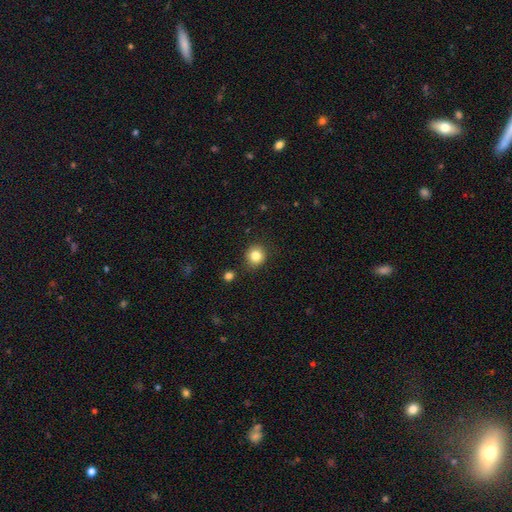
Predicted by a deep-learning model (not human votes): This appears to be a smooth galaxy with no disk features (83%) that is round (88%). Merging: none (86%).